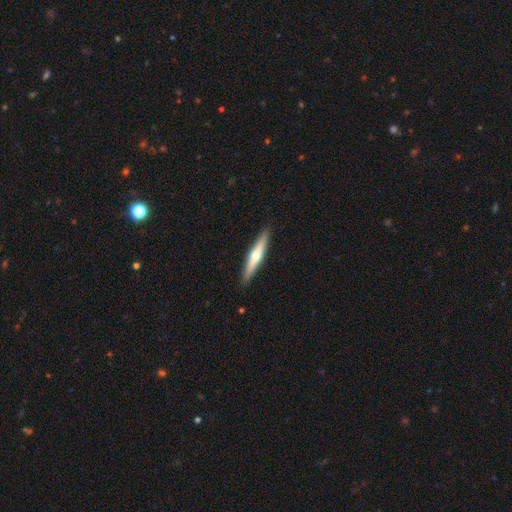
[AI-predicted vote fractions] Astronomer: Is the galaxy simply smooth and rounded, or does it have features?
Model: featured or disk — 54% (runner-up: smooth, 41%).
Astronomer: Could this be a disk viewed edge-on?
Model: yes — 95%.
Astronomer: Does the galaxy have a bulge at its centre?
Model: rounded — 87%.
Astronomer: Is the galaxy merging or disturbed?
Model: none — 91%.